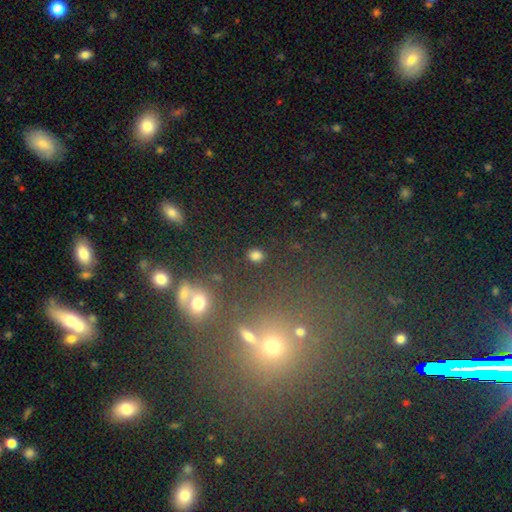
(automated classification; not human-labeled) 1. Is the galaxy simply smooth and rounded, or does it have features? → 79% smooth, 16% star or artifact, 5% featured or disk.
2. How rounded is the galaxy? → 60% round, 39% in between, 1% cigar-shaped.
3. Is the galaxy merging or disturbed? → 86% none, 8% minor disturbance, 3% major disturbance, 3% merger.